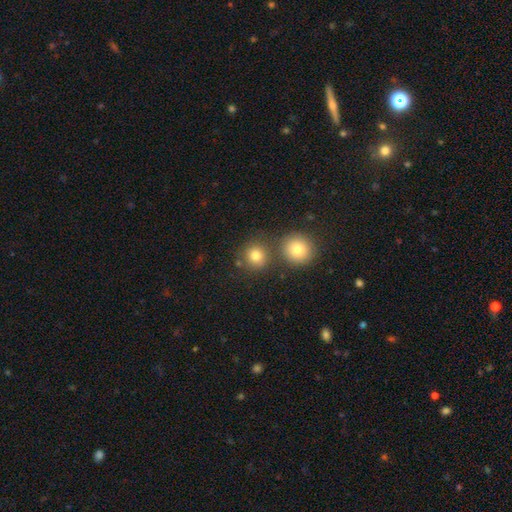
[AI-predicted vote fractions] Smooth or featured? smooth (79%)
How rounded? round (91%)
Merging? none (72%)